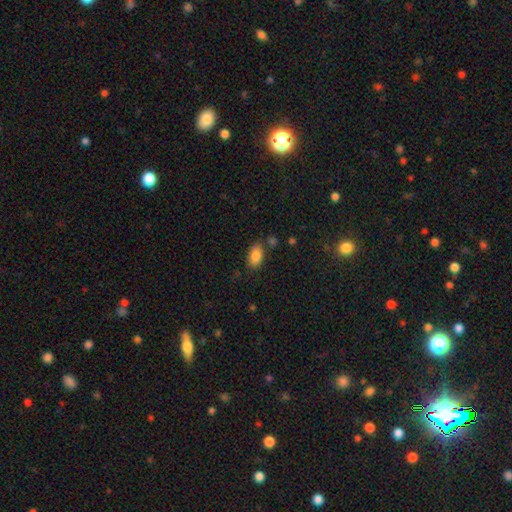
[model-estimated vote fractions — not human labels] A smooth galaxy with no disk features (85%) that is in between round and cigar-shaped (90%). Merging: none (73%).